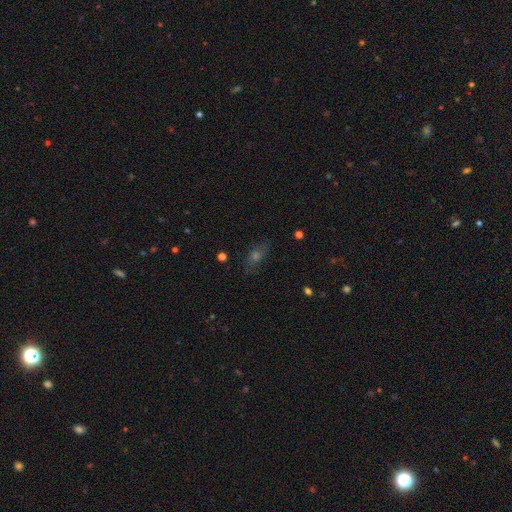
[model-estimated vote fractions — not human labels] A smooth galaxy with no disk features (41%). Merging: none (78%).